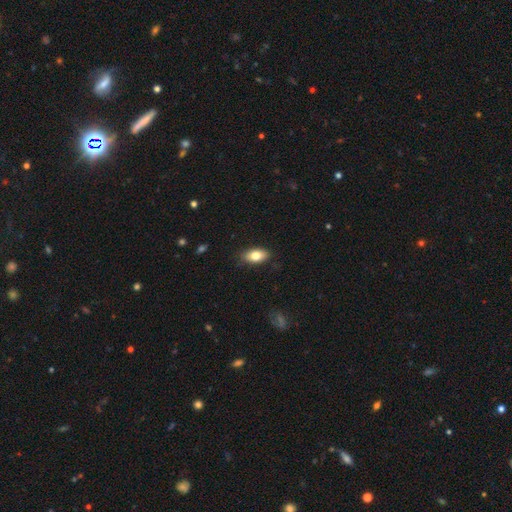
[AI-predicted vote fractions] smooth 79%, featured or disk 14%, star or artifact 7%. Down the decision tree: how rounded — in between (90%); merging — none (84%).